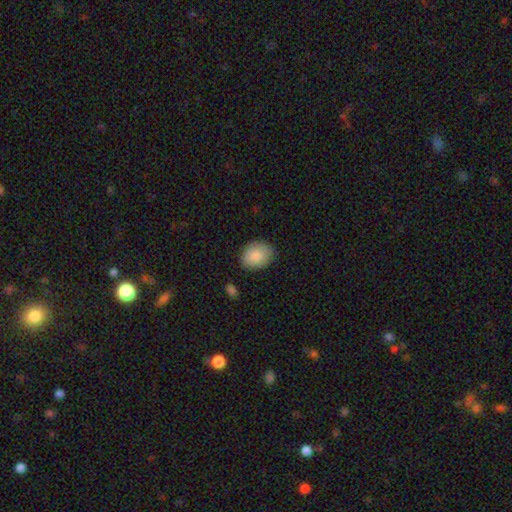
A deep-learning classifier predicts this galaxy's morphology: This is clearly a smooth galaxy (88%). How rounded: possibly in between (59%). Merging: clearly none (82%).